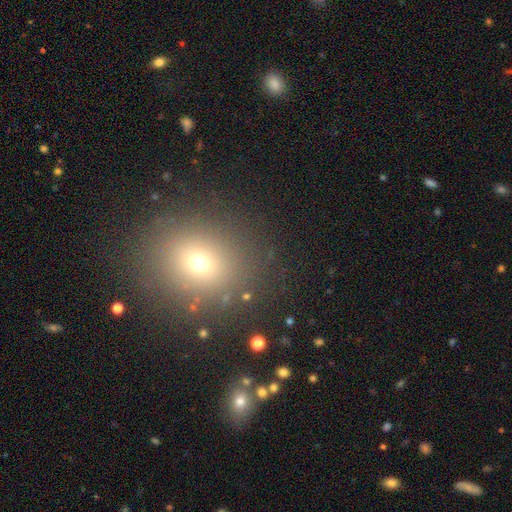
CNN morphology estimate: smooth 62%, star or artifact 28%, featured or disk 10%. Down the decision tree: how rounded — round (73%); merging — none (86%).